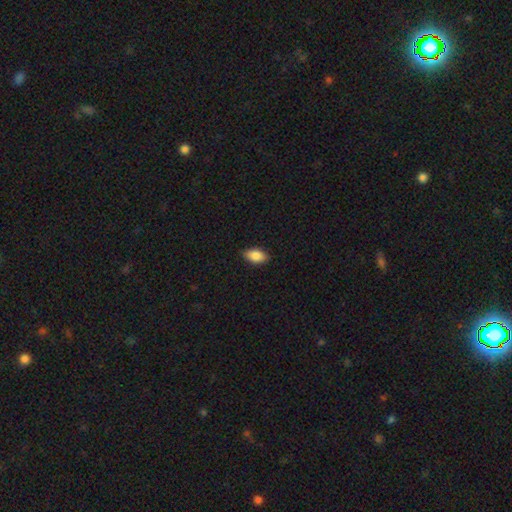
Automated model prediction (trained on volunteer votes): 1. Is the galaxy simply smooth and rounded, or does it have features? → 85% smooth, 8% featured or disk, 7% star or artifact.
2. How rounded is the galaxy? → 92% in between, 5% round, 4% cigar-shaped.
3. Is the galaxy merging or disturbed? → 88% none, 9% minor disturbance, 2% major disturbance, 1% merger.